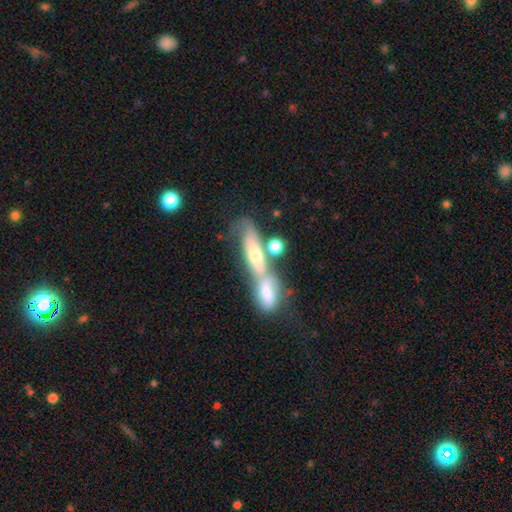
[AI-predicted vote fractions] Morphology: type=featured or disk (59%); edge-on=no (53%); merging=merger (65%).